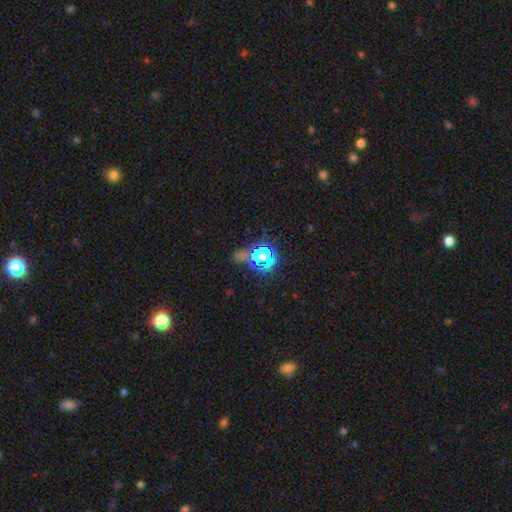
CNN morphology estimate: Smooth or featured? star or artifact (63%)